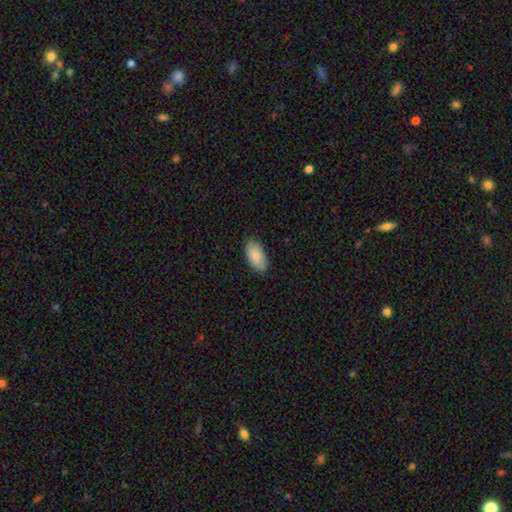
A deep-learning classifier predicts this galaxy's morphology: A smooth galaxy with no disk features (84%) that is in between round and cigar-shaped (94%).

Vote fractions:
- Smooth or featured? smooth: 84% / featured or disk: 10% / star or artifact: 6%
- How rounded? in between: 94% / cigar-shaped: 4% / round: 3%
- Merging? none: 82% / minor disturbance: 15% / major disturbance: 3% / merger: 1%